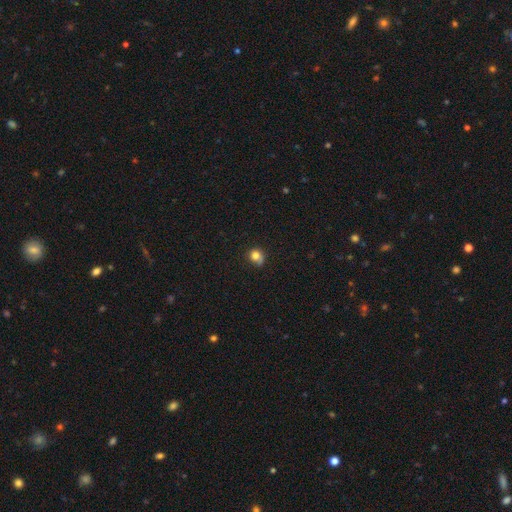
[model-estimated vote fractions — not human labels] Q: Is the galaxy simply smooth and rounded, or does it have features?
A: smooth — 79%.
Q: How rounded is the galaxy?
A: round — 76%.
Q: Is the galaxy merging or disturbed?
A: none — 53%.